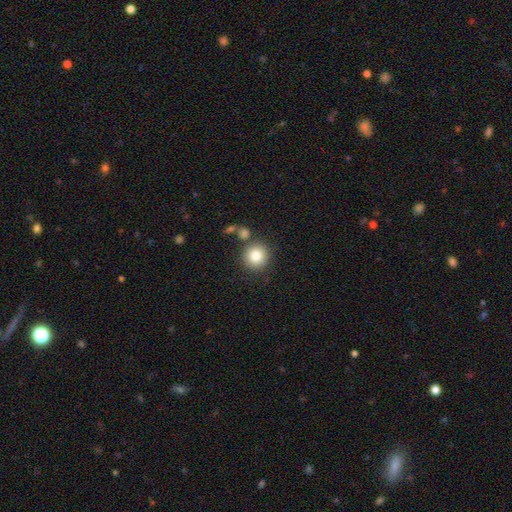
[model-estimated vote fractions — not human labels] smooth 82%, star or artifact 10%, featured or disk 8%. Down the decision tree: how rounded — round (92%); merging — none (77%).